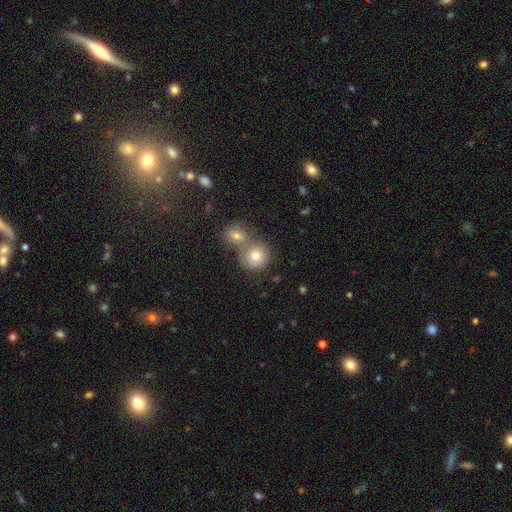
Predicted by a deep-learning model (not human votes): A smooth galaxy with no disk features (77%) that is round (87%).

Vote fractions:
- Smooth or featured? smooth: 77% / featured or disk: 13% / star or artifact: 10%
- How rounded? round: 87% / in between: 12% / cigar-shaped: 1%
- Merging? merger: 45% / none: 44% / minor disturbance: 8% / major disturbance: 3%